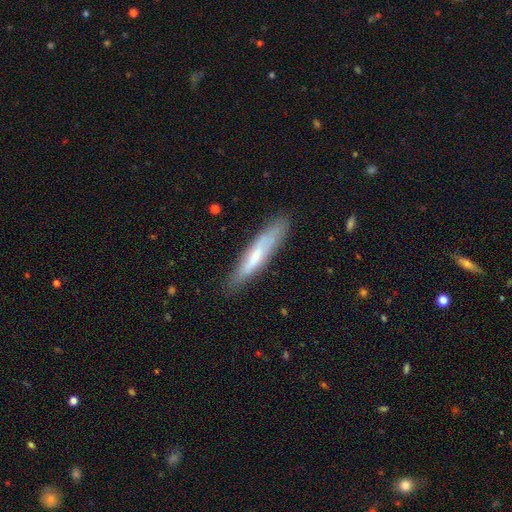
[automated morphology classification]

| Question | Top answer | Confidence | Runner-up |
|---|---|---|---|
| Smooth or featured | smooth | 56% | featured or disk (37%) |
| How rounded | cigar-shaped | 89% | in between (10%) |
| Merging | none | 81% | minor disturbance (15%) |